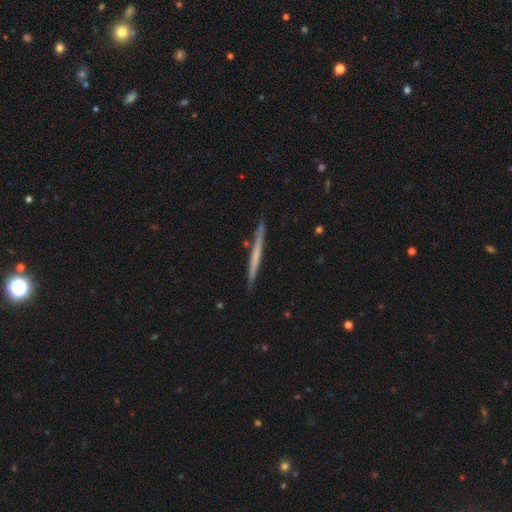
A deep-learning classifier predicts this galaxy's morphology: A featured or disk galaxy (50%) viewed edge-on (98%). Merging: none (90%).